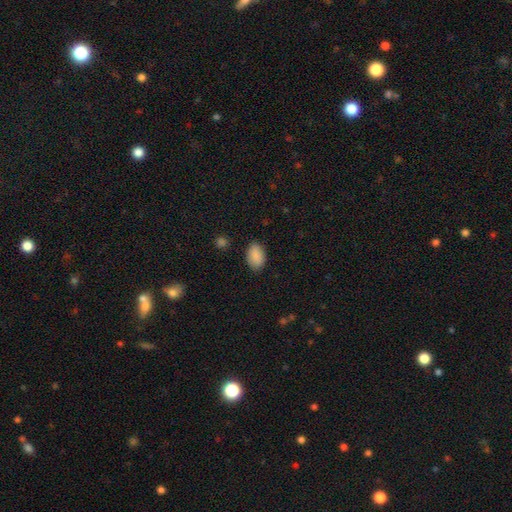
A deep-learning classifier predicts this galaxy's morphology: Overall: smooth (89%). How rounded: in between (90%). Merging: none (85%).